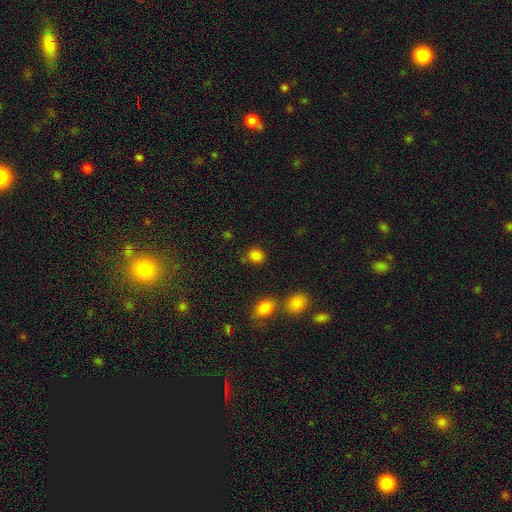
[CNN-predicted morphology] This is clearly a smooth galaxy (84%). How rounded: likely round (72%). Merging: likely none (78%).